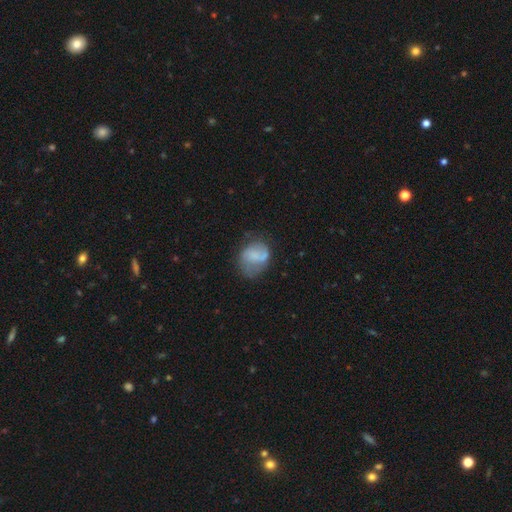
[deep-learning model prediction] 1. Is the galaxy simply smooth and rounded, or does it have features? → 50% smooth, 42% featured or disk, 8% star or artifact.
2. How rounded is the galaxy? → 55% round, 44% in between, 1% cigar-shaped.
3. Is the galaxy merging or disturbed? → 43% none, 29% minor disturbance, 22% major disturbance, 6% merger.